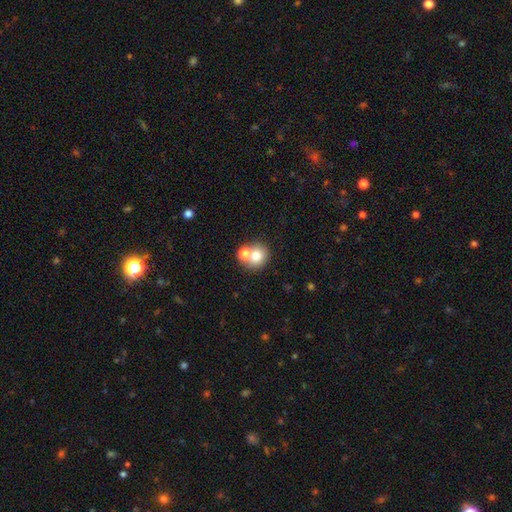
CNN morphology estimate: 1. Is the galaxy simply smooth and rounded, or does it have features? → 74% smooth, 15% featured or disk, 11% star or artifact.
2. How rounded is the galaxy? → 79% round, 20% in between, 1% cigar-shaped.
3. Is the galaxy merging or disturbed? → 46% merger, 44% none, 7% minor disturbance, 3% major disturbance.